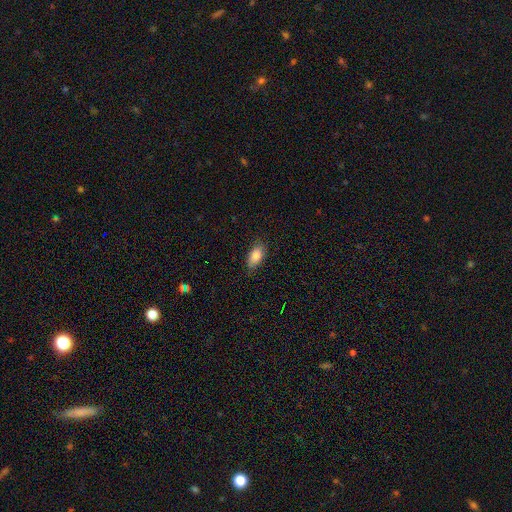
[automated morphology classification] Smooth or featured? Predicted: smooth (p=0.82). How rounded? Predicted: in between (p=0.91). Merging? Predicted: none (p=0.80).